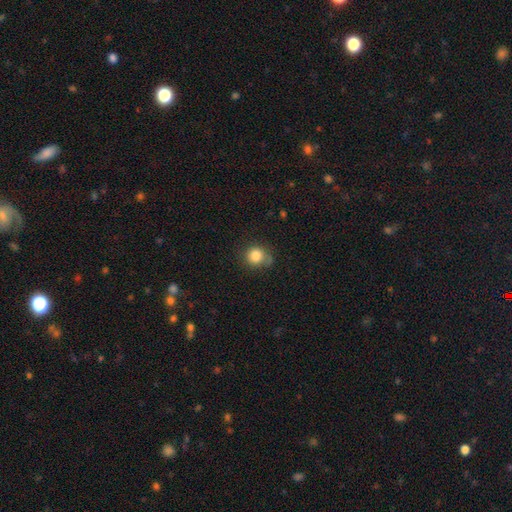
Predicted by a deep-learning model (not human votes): Smooth or featured: smooth — 83% (star or artifact — 10%)
How rounded: round — 86% (in between — 13%)
Merging: none — 68% (minor disturbance — 21%)